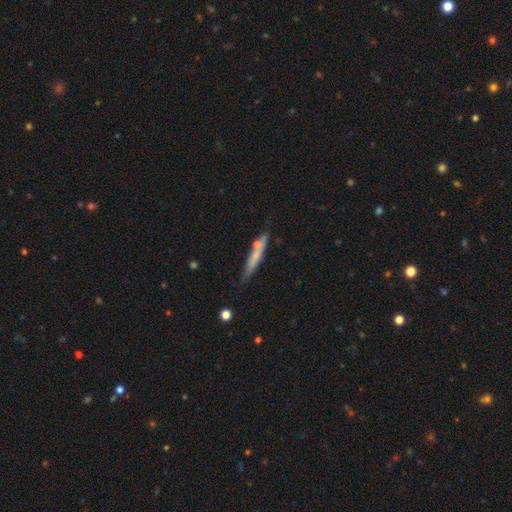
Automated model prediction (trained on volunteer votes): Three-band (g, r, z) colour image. It shows a smooth galaxy with no disk features (58%) that is cigar-shaped (91%). Merging: none (68%).